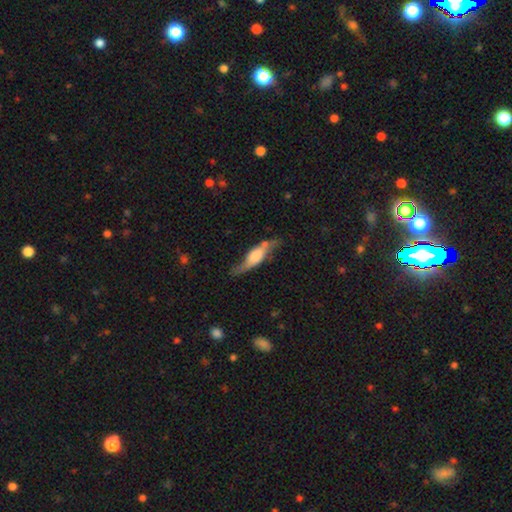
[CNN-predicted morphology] type=featured or disk (57%); edge-on=yes (61%); merging=none (61%).